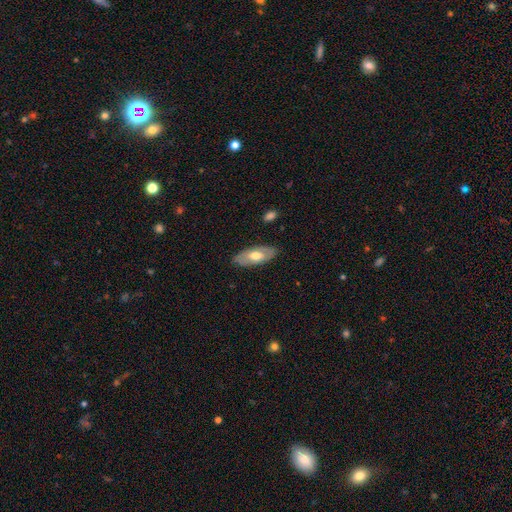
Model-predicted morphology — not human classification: smooth 53%, featured or disk 42%, star or artifact 6%. Down the decision tree: how rounded — in between (86%); merging — none (84%).